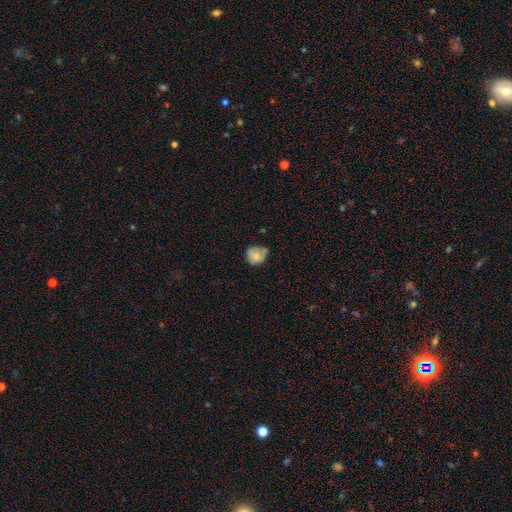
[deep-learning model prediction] Smooth or featured? smooth (76%)
How rounded? round (77%)
Merging? none (49%)